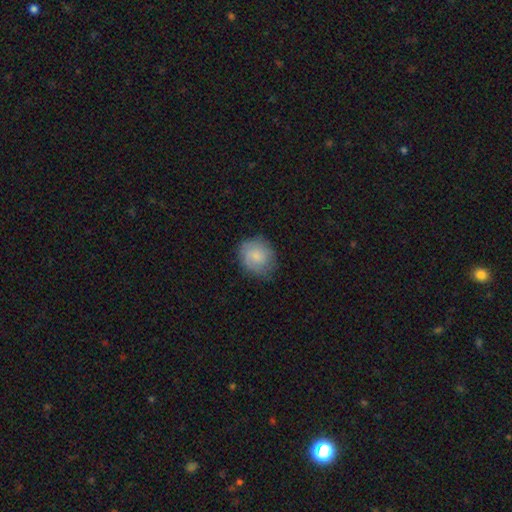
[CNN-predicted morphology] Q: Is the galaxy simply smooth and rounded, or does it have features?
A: smooth — 71%.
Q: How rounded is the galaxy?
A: round — 74%.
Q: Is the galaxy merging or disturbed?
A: none — 74%.